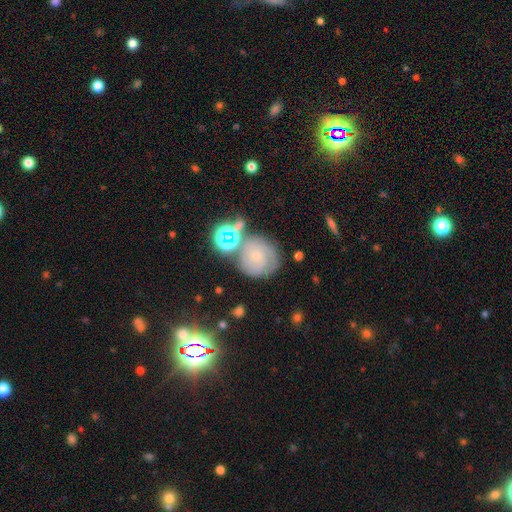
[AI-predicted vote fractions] smooth-or-featured: featured or disk: 47% | smooth: 33% | star or artifact: 20%
  merging: none: 64% | minor disturbance: 17% | merger: 12% | major disturbance: 7%